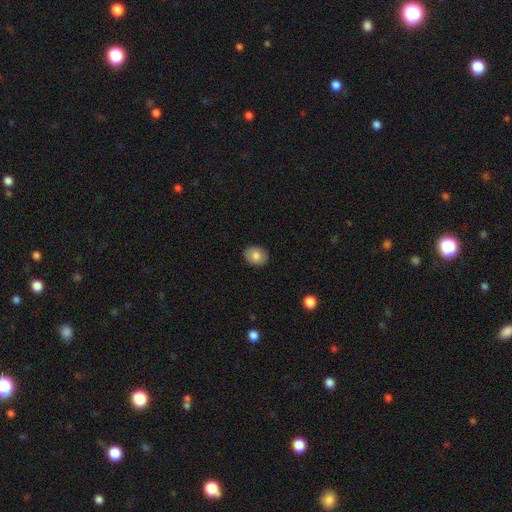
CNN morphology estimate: Smooth or featured?
  - smooth: 82% *
  - featured or disk: 10%
  - star or artifact: 8%
How rounded?
  - in between: 52% *
  - round: 47%
  - cigar-shaped: 1%
Merging?
  - none: 89% *
  - minor disturbance: 8%
  - major disturbance: 2%
  - merger: 1%